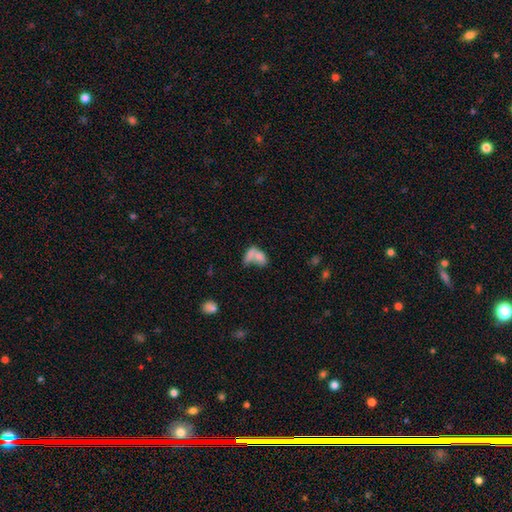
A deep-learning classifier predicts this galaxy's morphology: The model was most divided on "merging": merger: 61%, none: 19%, major disturbance: 10%, minor disturbance: 9%. More confident: how rounded — in between (81%); smooth or featured — smooth (71%).